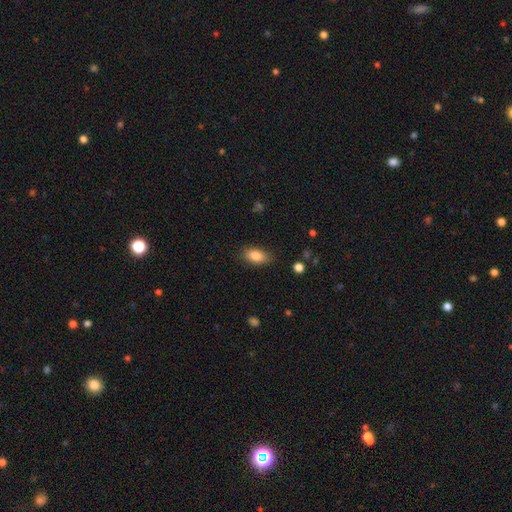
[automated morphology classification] Q: Smooth or featured?
A: smooth (85%); runner-up: star or artifact (8%)
Q: How rounded?
A: in between (88%); runner-up: cigar-shaped (7%)
Q: Merging?
A: none (81%); runner-up: minor disturbance (14%)